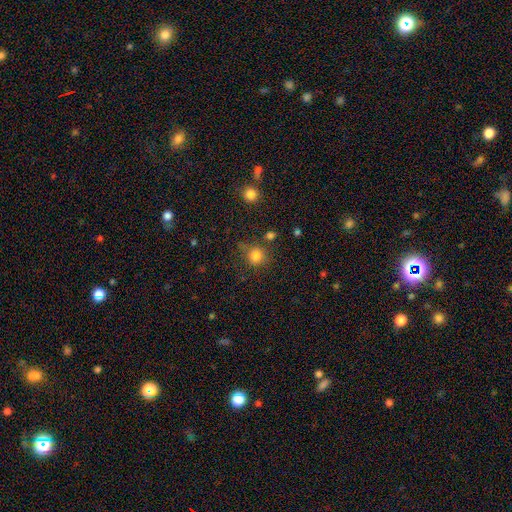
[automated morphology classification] smooth 80%, star or artifact 14%, featured or disk 6%. Down the decision tree: how rounded — round (85%); merging — none (70%).